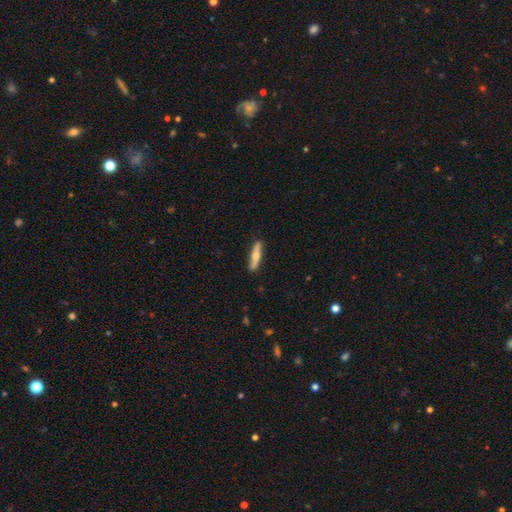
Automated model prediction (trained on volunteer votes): Smooth or featured?
  - featured or disk: 47% * (tied)
  - smooth: 47% * (tied)
  - star or artifact: 5%
Merging?
  - none: 88% *
  - minor disturbance: 9%
  - major disturbance: 2%
  - merger: 1%